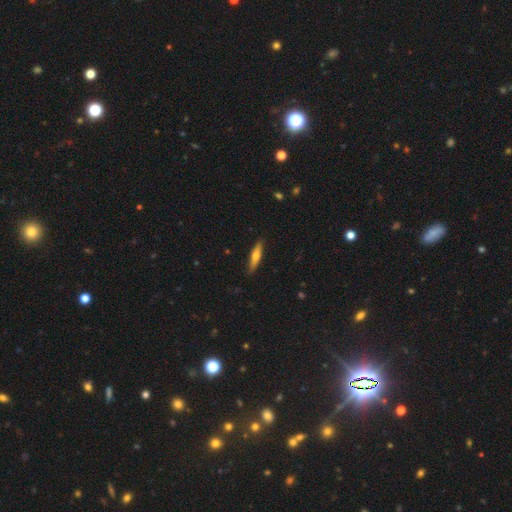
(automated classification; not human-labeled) Smooth or featured? Predicted: smooth (p=0.57). How rounded? Predicted: cigar-shaped (p=0.83). Merging? Predicted: none (p=0.87).